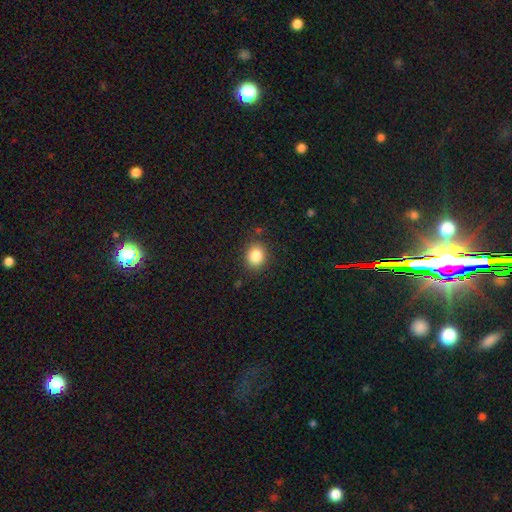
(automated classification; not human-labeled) Smooth or featured? smooth (85%)
How rounded? round (66%)
Merging? none (86%)